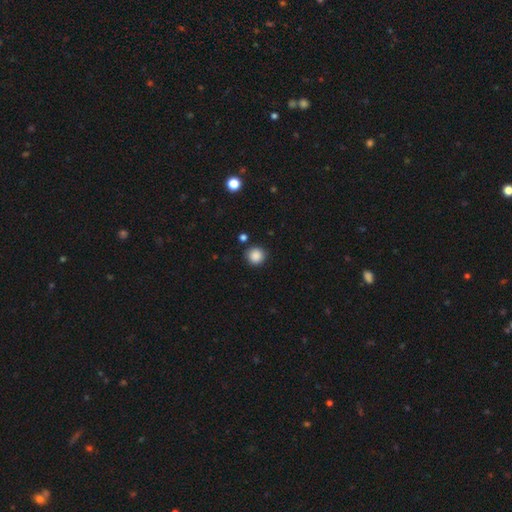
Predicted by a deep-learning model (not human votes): Smooth or featured? Predicted: smooth (p=0.87). How rounded? Predicted: round (p=0.94). Merging? Predicted: none (p=0.88).